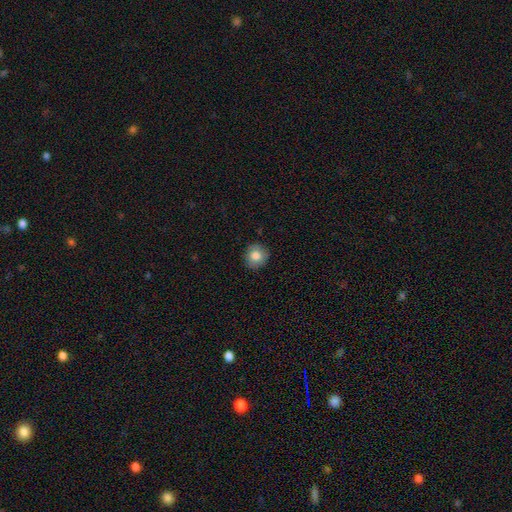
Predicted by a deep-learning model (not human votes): This is clearly a smooth galaxy (82%). How rounded: clearly round (89%). Merging: clearly none (89%).